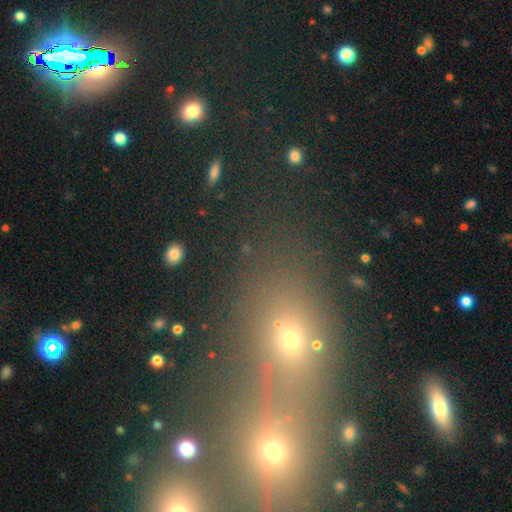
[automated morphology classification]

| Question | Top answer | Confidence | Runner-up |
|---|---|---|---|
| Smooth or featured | star or artifact | 43% | smooth (42%) |